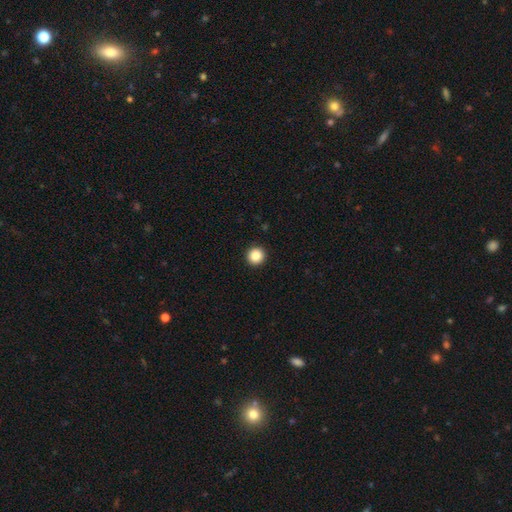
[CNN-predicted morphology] Smooth or featured?
  - smooth: 87% *
  - star or artifact: 10%
  - featured or disk: 3%
How rounded?
  - round: 95% *
  - in between: 4%
  - cigar-shaped: 1%
Merging?
  - none: 94% *
  - minor disturbance: 4%
  - major disturbance: 1%
  - merger: 1%